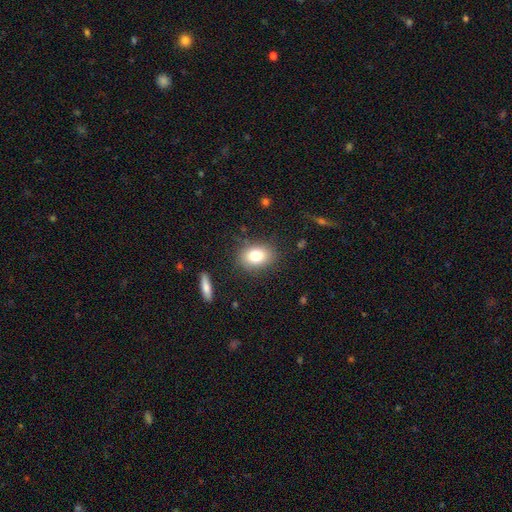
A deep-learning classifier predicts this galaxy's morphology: Smooth or featured?
  - smooth: 78% *
  - featured or disk: 12%
  - star or artifact: 10%
How rounded?
  - in between: 68% *
  - round: 31%
  - cigar-shaped: 1%
Merging?
  - none: 83% *
  - minor disturbance: 11%
  - major disturbance: 4%
  - merger: 2%